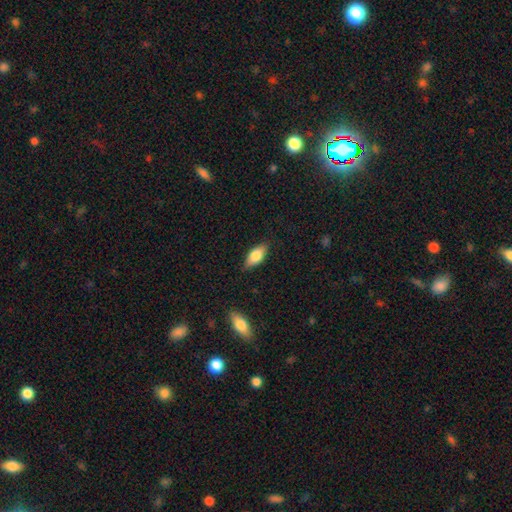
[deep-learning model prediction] Smooth or featured?
  - smooth: 75% *
  - featured or disk: 19%
  - star or artifact: 7%
How rounded?
  - in between: 83% *
  - cigar-shaped: 14%
  - round: 3%
Merging?
  - none: 84% *
  - minor disturbance: 12%
  - major disturbance: 3%
  - merger: 1%